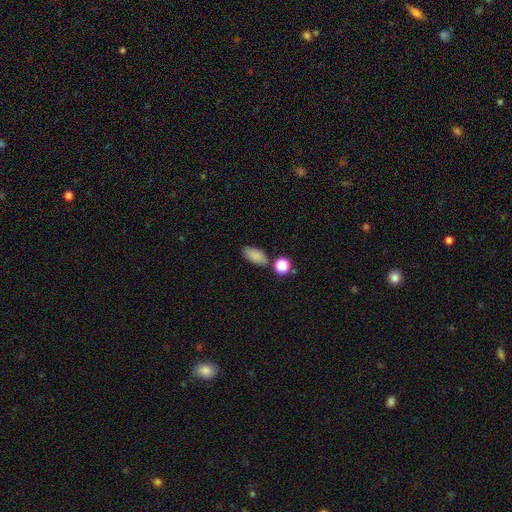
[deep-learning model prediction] Smooth or featured: smooth — 84% (star or artifact — 9%)
How rounded: in between — 89% (round — 6%)
Merging: none — 72% (minor disturbance — 15%)